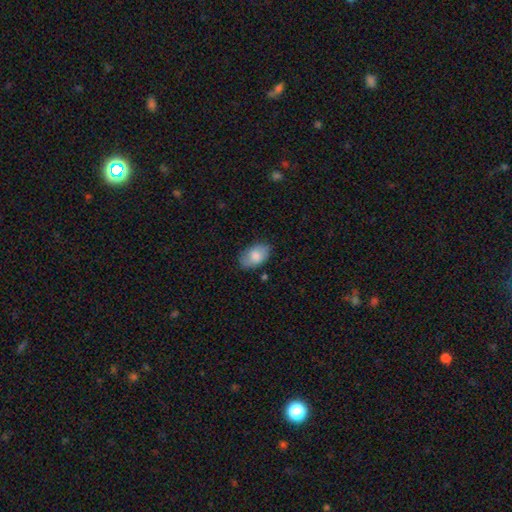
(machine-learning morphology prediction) A smooth galaxy with no disk features (80%) that is in between round and cigar-shaped (92%). Merging: none (76%).